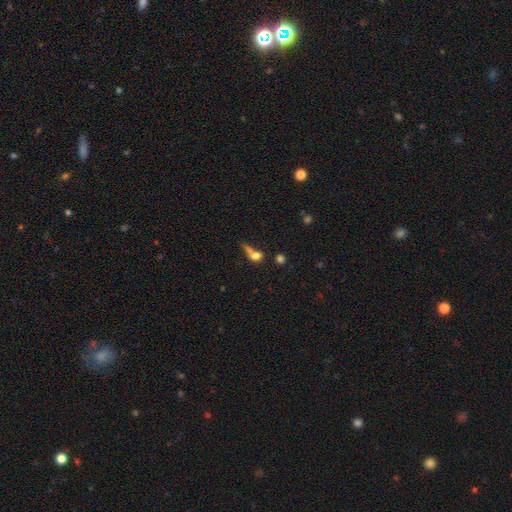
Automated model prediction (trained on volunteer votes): This appears to be a smooth galaxy with no disk features (67%) that is round (48%). Merging: merger (38%).